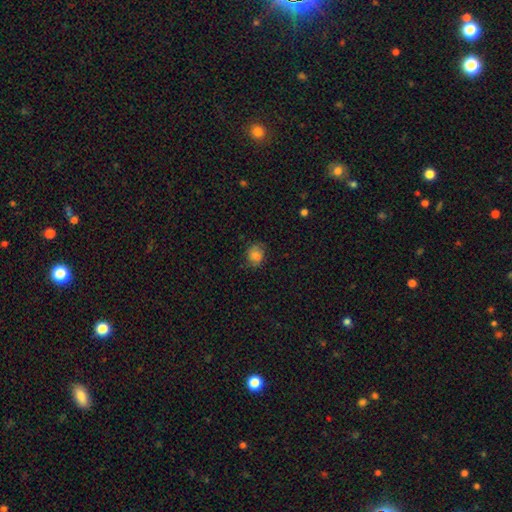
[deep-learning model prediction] This is likely a smooth galaxy (73%). How rounded: likely round (61%). Merging: likely none (69%).